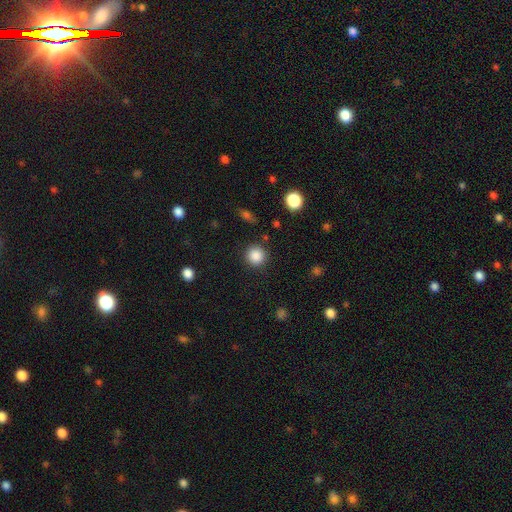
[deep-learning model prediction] This is clearly a smooth galaxy (87%). How rounded: clearly round (94%). Merging: clearly none (89%).